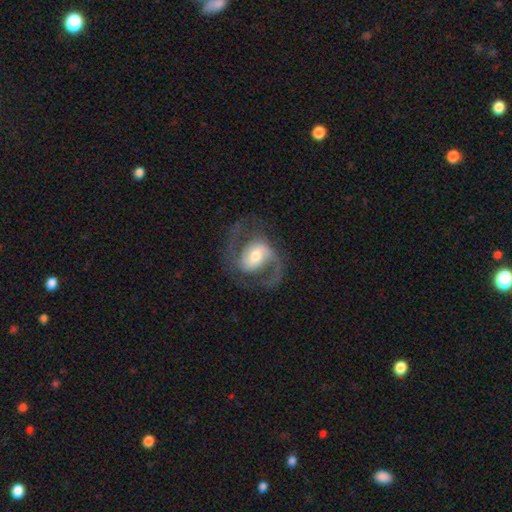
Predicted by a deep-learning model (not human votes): Smooth or featured: featured or disk — 86% (smooth — 8%)
Edge-on disk: no — 98% (yes — 2%)
Bar: weak — 44% (no — 31%)
Spiral arms: yes — 96% (no — 4%)
Spiral winding: medium — 57% (loose — 26%)
Spiral arm count: 2 — 87% (1 — 6%)
Bulge size: moderate — 61% (small — 24%)
Merging: none — 71% (minor disturbance — 14%)